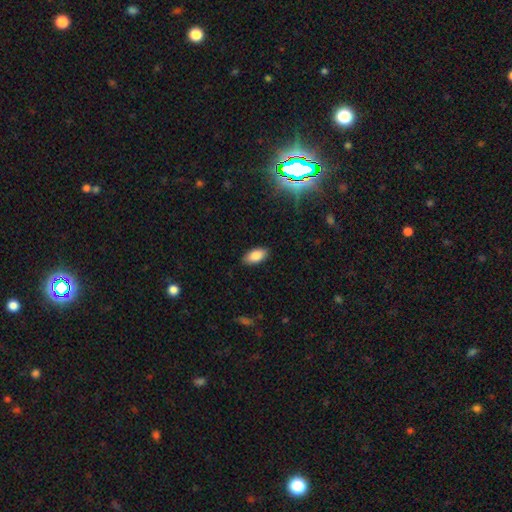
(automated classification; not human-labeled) Smooth or featured: smooth — 84% (star or artifact — 8%)
How rounded: in between — 92% (cigar-shaped — 4%)
Merging: none — 88% (minor disturbance — 9%)